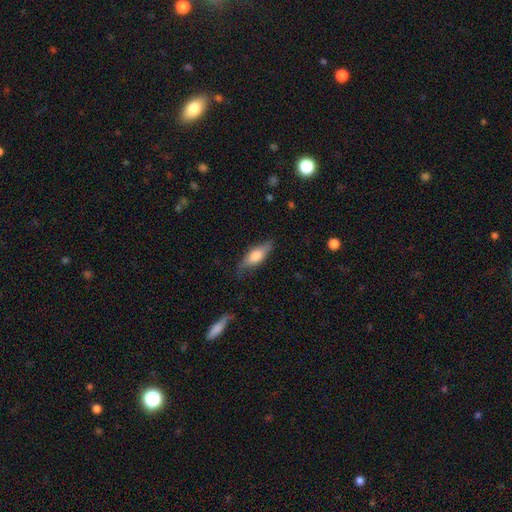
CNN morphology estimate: smooth_or_featured: smooth (p=0.59) [alt: featured or disk p=0.35]
how_rounded: in between (p=0.59) [alt: cigar-shaped p=0.38]
merging: none (p=0.74) [alt: minor disturbance p=0.20]